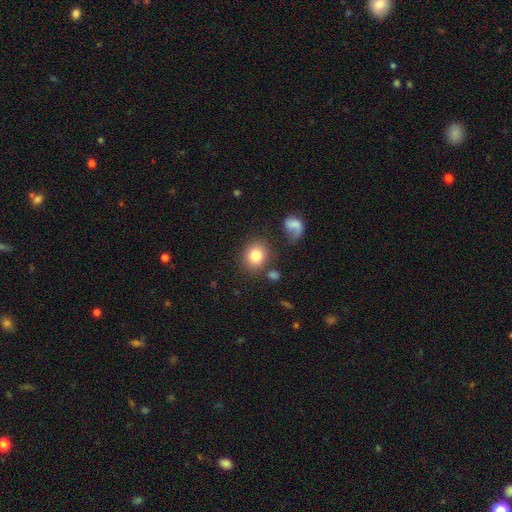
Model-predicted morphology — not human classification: Smooth or featured?
  - smooth: 81% *
  - star or artifact: 10%
  - featured or disk: 9%
How rounded?
  - round: 74% *
  - in between: 25%
  - cigar-shaped: 1%
Merging?
  - none: 78% *
  - minor disturbance: 11%
  - merger: 6%
  - major disturbance: 5%